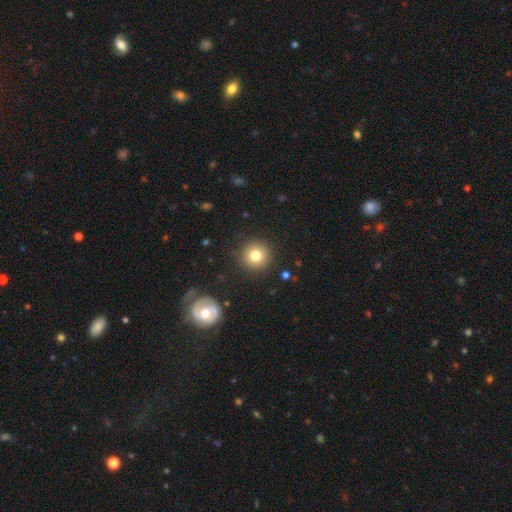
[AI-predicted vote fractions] This is likely a smooth galaxy (79%). How rounded: clearly round (95%). Merging: clearly none (90%).